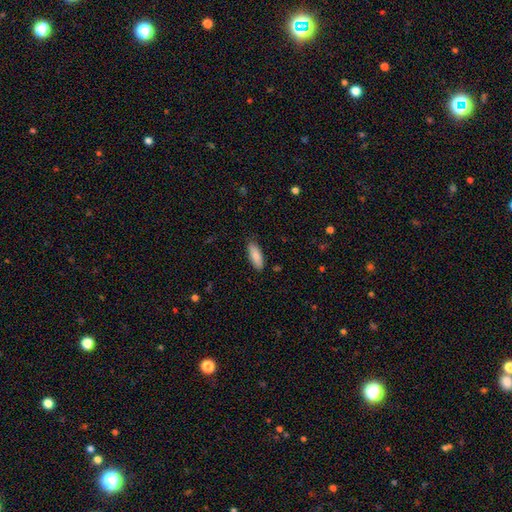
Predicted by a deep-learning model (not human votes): The model was most divided on "how rounded": in between: 74%, cigar-shaped: 25%, round: 2%. More confident: smooth or featured — smooth (86%); merging — none (85%).